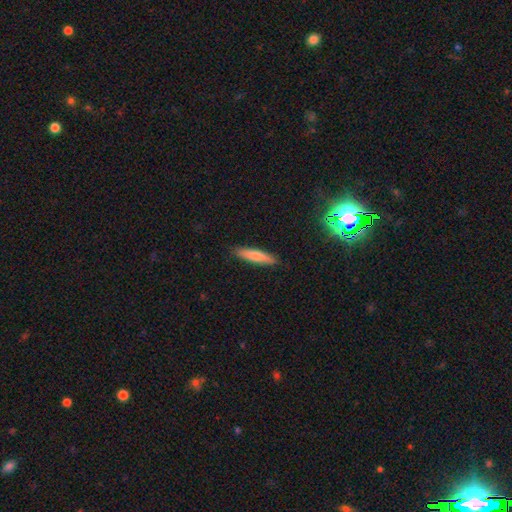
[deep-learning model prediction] Morphology: type=smooth (78%); roundness=cigar-shaped (84%); merging=none (88%).